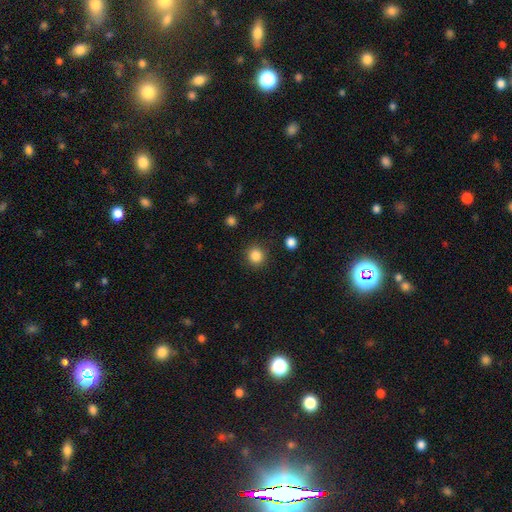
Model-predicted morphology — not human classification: Smooth or featured: smooth — 85% (star or artifact — 11%)
How rounded: round — 89% (in between — 10%)
Merging: none — 89% (minor disturbance — 7%)